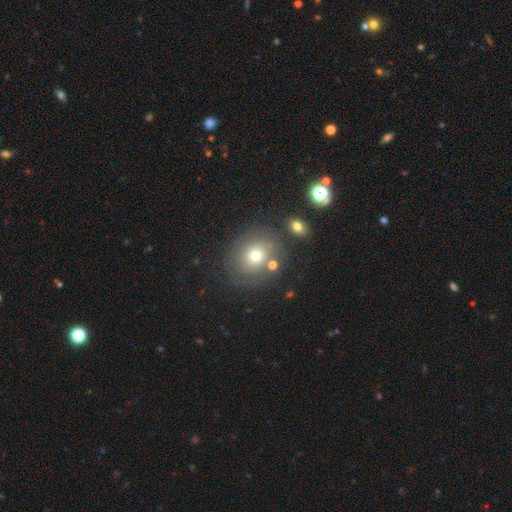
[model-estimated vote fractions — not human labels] Smooth or featured?
  - smooth: 67% *
  - featured or disk: 17%
  - star or artifact: 16%
How rounded?
  - round: 74% *
  - in between: 25%
  - cigar-shaped: 1%
Merging?
  - none: 73% *
  - minor disturbance: 13%
  - merger: 9%
  - major disturbance: 6%